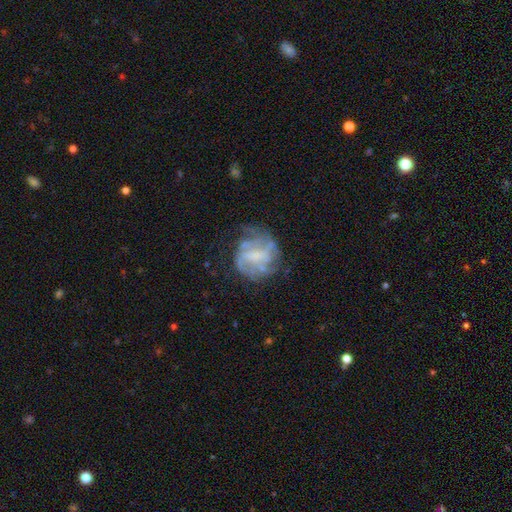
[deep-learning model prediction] smooth_or_featured: featured or disk (p=0.67) [alt: smooth p=0.23]
disk_edge_on: no (p=0.98) [alt: yes p=0.02]
bar: weak (p=0.43) [alt: no p=0.36]
has_spiral_arms: yes (p=0.60) [alt: no p=0.40]
bulge_size: none (p=0.44) [alt: small p=0.26]
merging: none (p=0.50) [alt: major disturbance p=0.24]